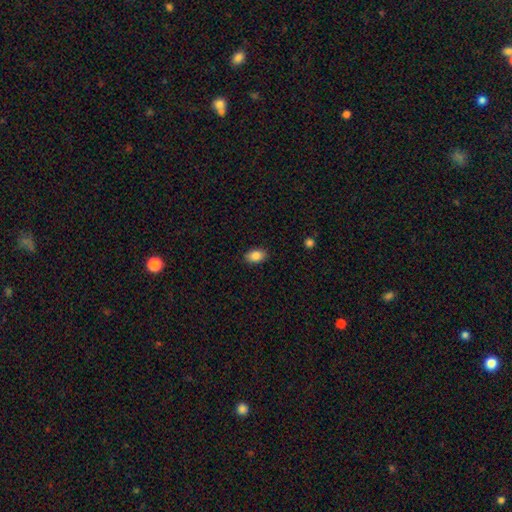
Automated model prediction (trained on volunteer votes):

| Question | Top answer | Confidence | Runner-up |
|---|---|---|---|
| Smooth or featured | smooth | 86% | star or artifact (8%) |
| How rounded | in between | 87% | round (12%) |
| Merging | none | 88% | minor disturbance (9%) |